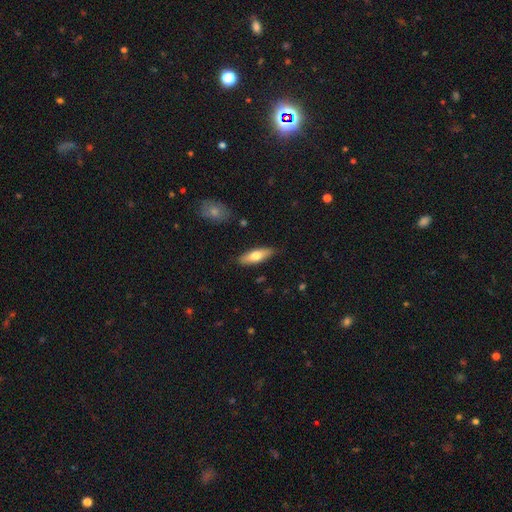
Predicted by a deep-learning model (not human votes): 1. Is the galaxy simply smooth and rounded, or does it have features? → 68% smooth, 26% featured or disk, 6% star or artifact.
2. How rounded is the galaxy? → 57% in between, 41% cigar-shaped, 2% round.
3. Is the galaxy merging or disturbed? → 86% none, 11% minor disturbance, 2% major disturbance, 2% merger.